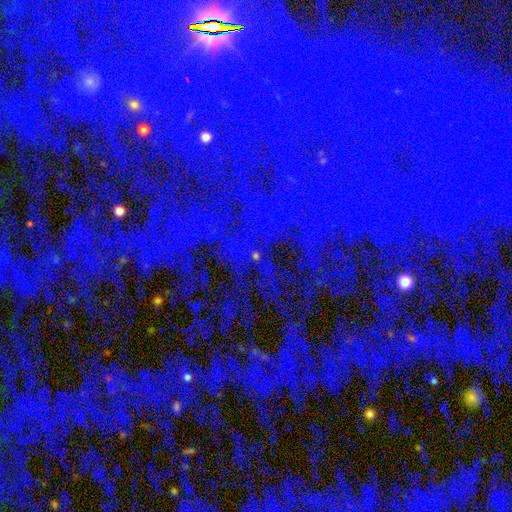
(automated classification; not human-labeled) star or artifact 80%, smooth 11%, featured or disk 9%.